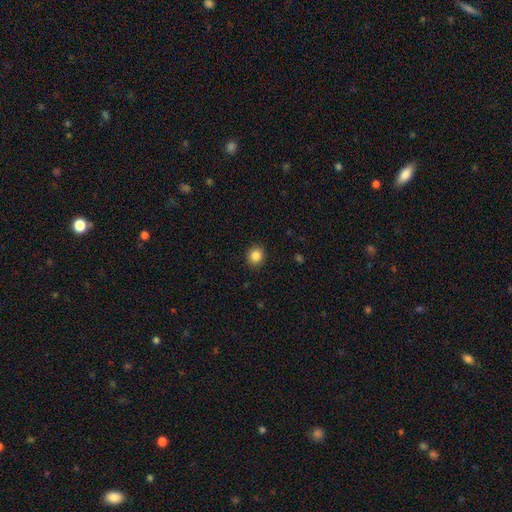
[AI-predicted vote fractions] This is clearly a smooth galaxy (85%). How rounded: clearly round (82%). Merging: clearly none (91%).